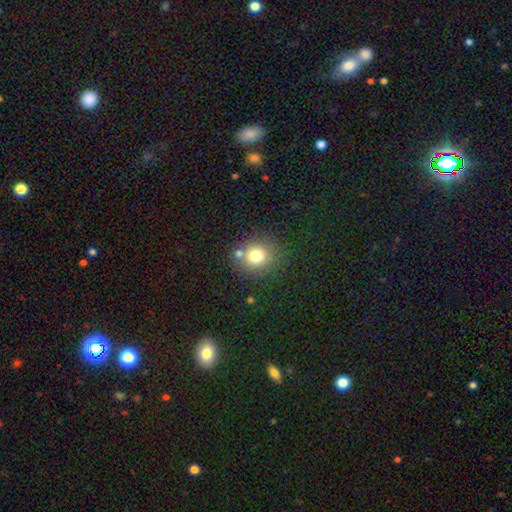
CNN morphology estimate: smooth-or-featured: smooth: 75% | star or artifact: 13% | featured or disk: 11%
  how-rounded: round: 79% | in between: 20% | cigar-shaped: 1%
  merging: none: 70% | merger: 16% | minor disturbance: 11% | major disturbance: 4%